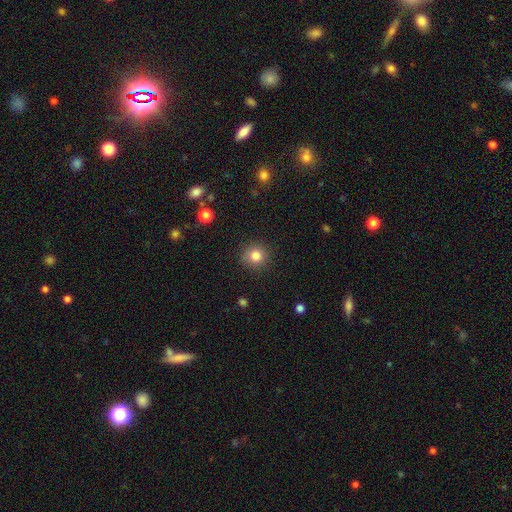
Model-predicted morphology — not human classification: Q: Smooth or featured?
A: smooth (83%); runner-up: star or artifact (12%)
Q: How rounded?
A: round (92%); runner-up: in between (7%)
Q: Merging?
A: none (88%); runner-up: minor disturbance (8%)